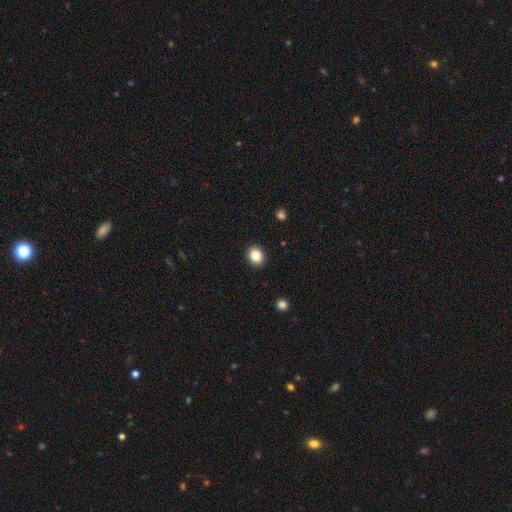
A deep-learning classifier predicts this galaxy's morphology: Smooth or featured: smooth — 85% (star or artifact — 10%)
How rounded: round — 62% (in between — 37%)
Merging: none — 92% (minor disturbance — 6%)